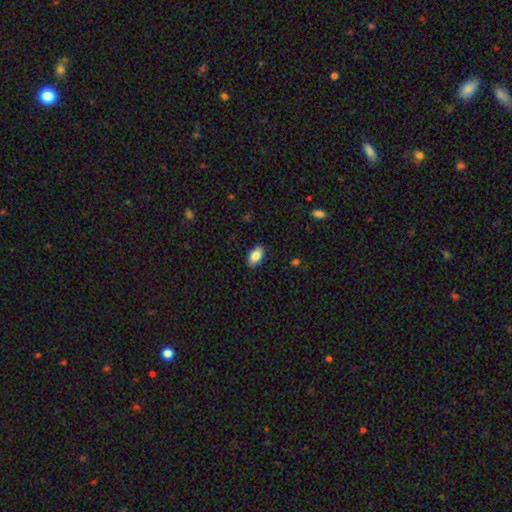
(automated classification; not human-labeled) Smooth or featured?
  - smooth: 85% *
  - featured or disk: 8%
  - star or artifact: 7%
How rounded?
  - in between: 93% *
  - round: 4%
  - cigar-shaped: 3%
Merging?
  - none: 89% *
  - minor disturbance: 8%
  - major disturbance: 2%
  - merger: 1%